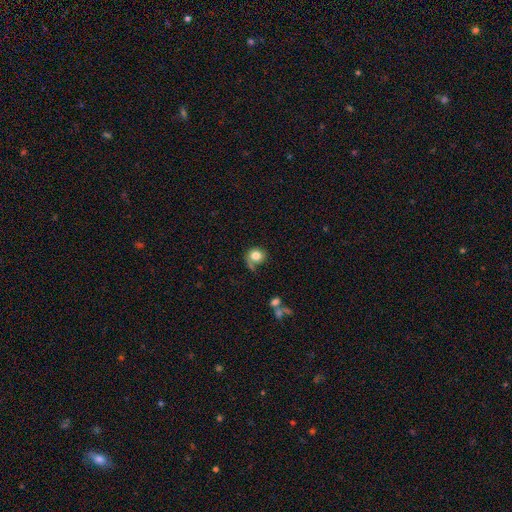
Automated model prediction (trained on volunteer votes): A smooth galaxy with no disk features (78%) that is round (80%).

Vote fractions:
- Smooth or featured? smooth: 78% / featured or disk: 13% / star or artifact: 9%
- How rounded? round: 80% / in between: 19% / cigar-shaped: 1%
- Merging? none: 50% / minor disturbance: 24% / major disturbance: 18% / merger: 7%